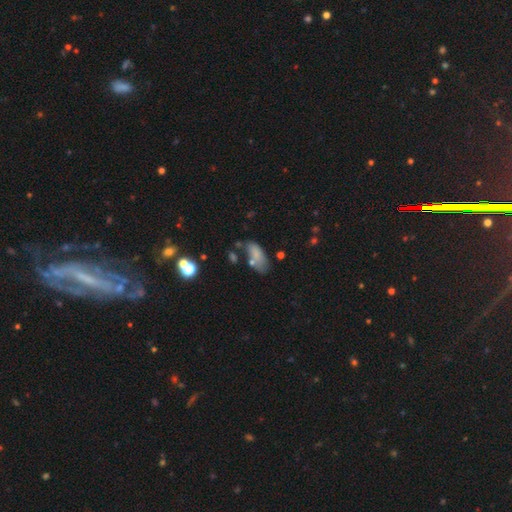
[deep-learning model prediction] Smooth or featured? smooth (74%)
How rounded? in between (87%)
Merging? none (45%)